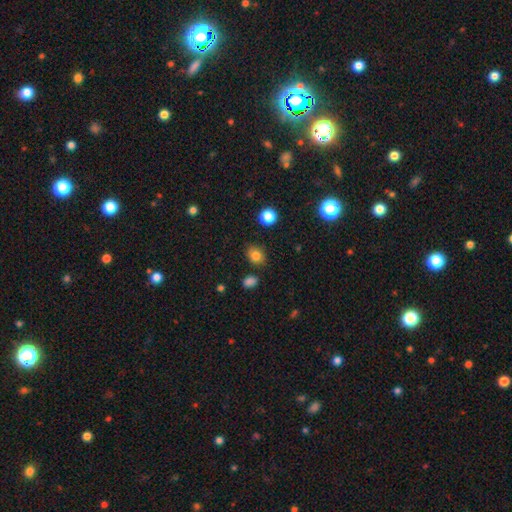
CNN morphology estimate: Smooth or featured: smooth — 82% (star or artifact — 12%)
How rounded: in between — 59% (round — 40%)
Merging: none — 82% (minor disturbance — 12%)